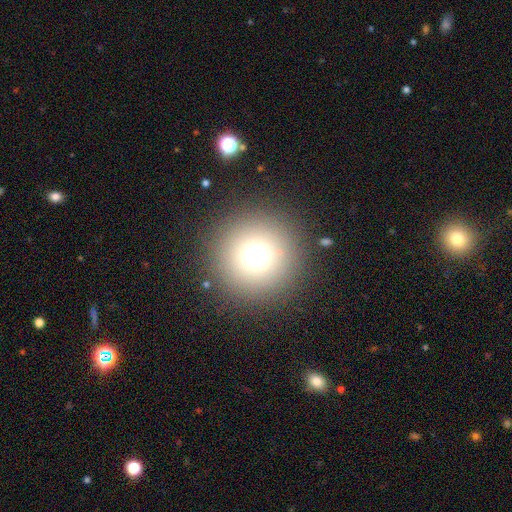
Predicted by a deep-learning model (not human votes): Smooth or featured? Predicted: smooth (p=0.71). How rounded? Predicted: round (p=0.96). Merging? Predicted: none (p=0.89).